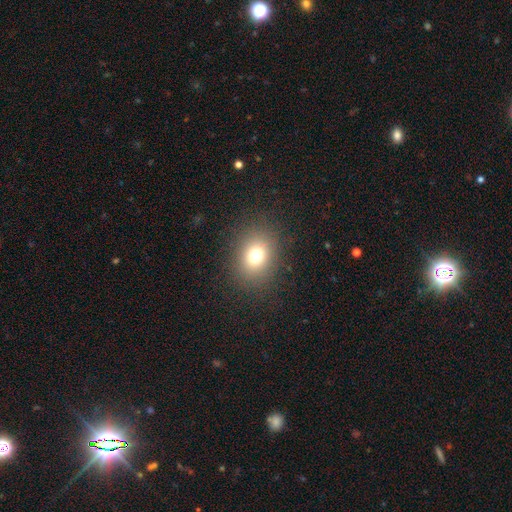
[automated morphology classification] This appears to be a smooth galaxy with no disk features (75%) that is round (51%). Merging: none (86%).